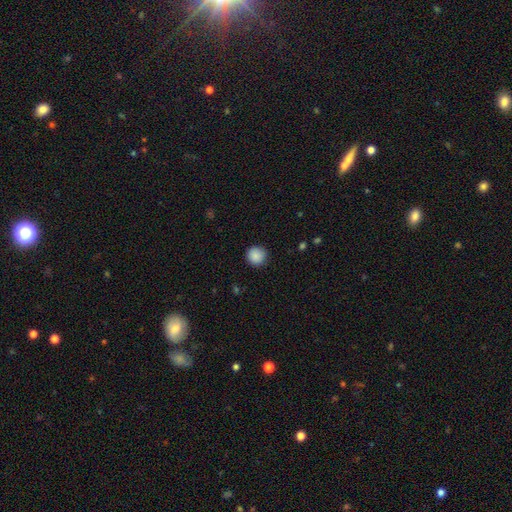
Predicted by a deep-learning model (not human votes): Smooth or featured?
  - smooth: 88% *
  - star or artifact: 9%
  - featured or disk: 3%
How rounded?
  - round: 93% *
  - in between: 6%
  - cigar-shaped: 1%
Merging?
  - none: 88% *
  - minor disturbance: 9%
  - major disturbance: 2%
  - merger: 1%